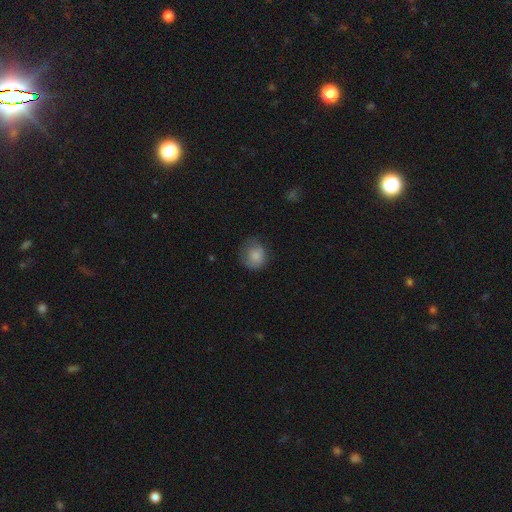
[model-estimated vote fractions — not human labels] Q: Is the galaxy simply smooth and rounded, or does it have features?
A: smooth — 81%.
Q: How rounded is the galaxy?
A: round — 82%.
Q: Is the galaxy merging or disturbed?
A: none — 65%.